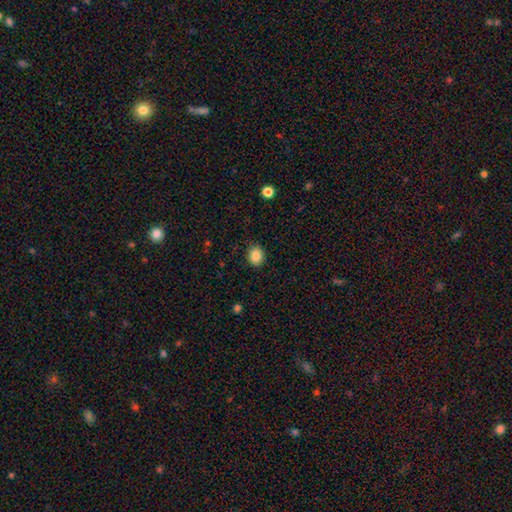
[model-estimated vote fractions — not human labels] The model was most divided on "how rounded": round: 59%, in between: 40%, cigar-shaped: 1%. More confident: merging — none (88%); smooth or featured — smooth (85%).